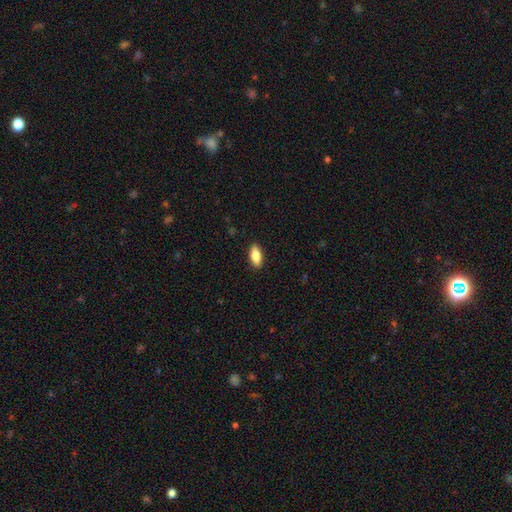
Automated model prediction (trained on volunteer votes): A smooth galaxy with no disk features (81%) that is in between round and cigar-shaped (80%). Merging: none (89%).